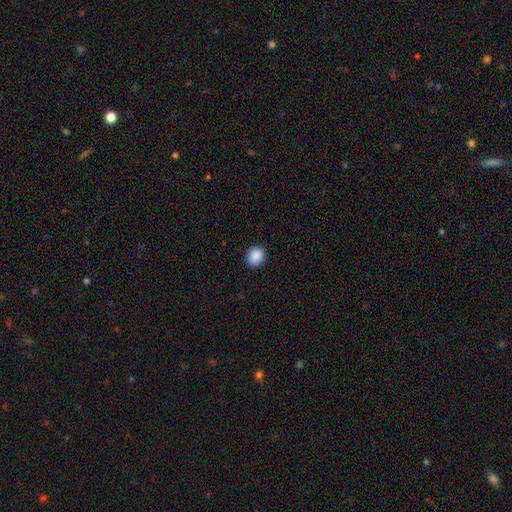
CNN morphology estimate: This appears to be a smooth galaxy with no disk features (89%) that is round (74%). Merging: none (90%).